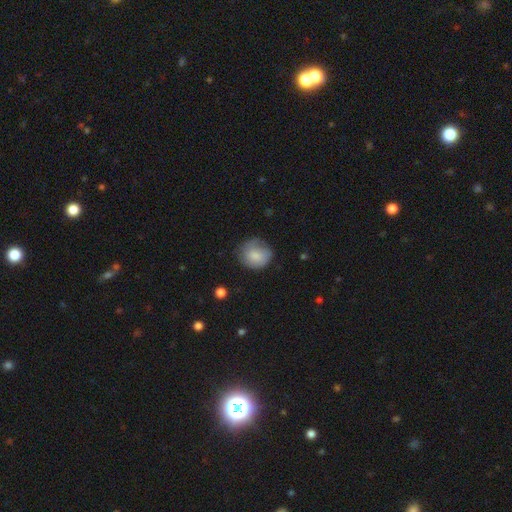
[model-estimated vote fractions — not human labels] Morphology: type=smooth (80%); roundness=round (82%); merging=none (66%).